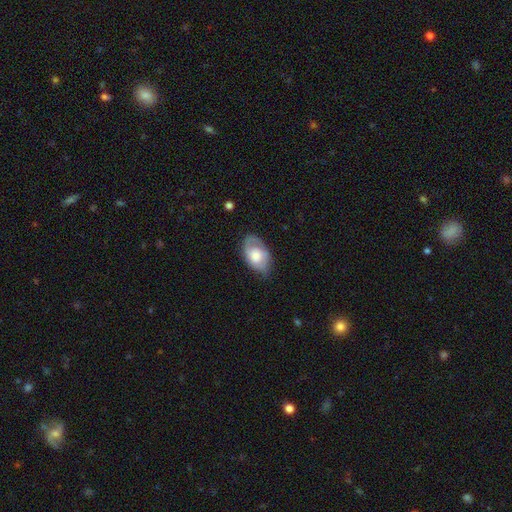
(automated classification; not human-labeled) Q: Smooth or featured?
A: featured or disk (51%); runner-up: smooth (42%)
Q: Edge-on disk?
A: no (93%); runner-up: yes (7%)
Q: Merging?
A: none (63%); runner-up: minor disturbance (27%)